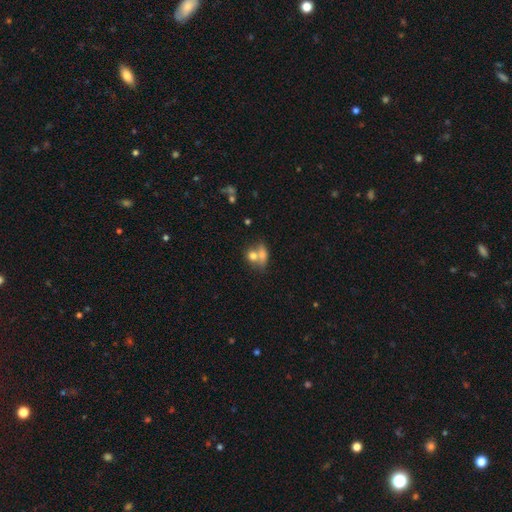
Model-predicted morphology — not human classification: Smooth or featured? smooth (71%)
How rounded? in between (54%)
Merging? merger (59%)